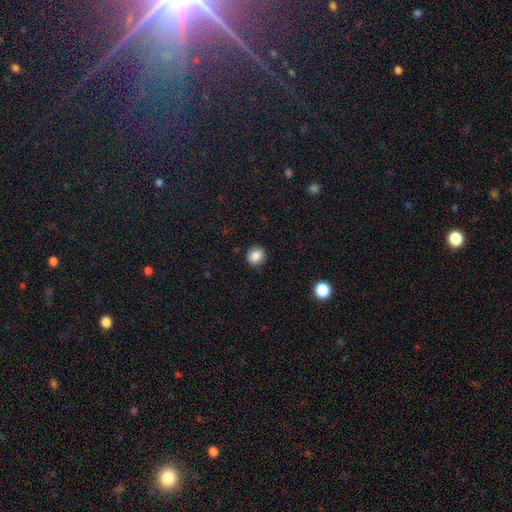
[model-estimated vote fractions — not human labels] Smooth or featured: smooth — 85% (star or artifact — 9%)
How rounded: round — 90% (in between — 9%)
Merging: none — 90% (minor disturbance — 7%)